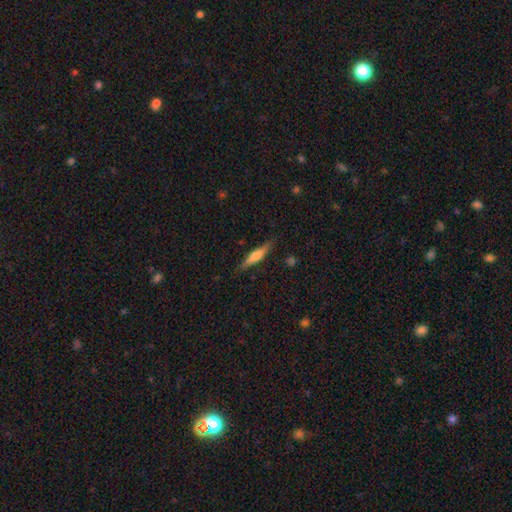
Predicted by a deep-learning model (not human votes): A smooth galaxy with no disk features (52%) that is cigar-shaped (85%).

Vote fractions:
- Smooth or featured? smooth: 52% / featured or disk: 42% / star or artifact: 6%
- How rounded? cigar-shaped: 85% / in between: 13% / round: 2%
- Merging? none: 86% / minor disturbance: 11% / major disturbance: 2% / merger: 1%